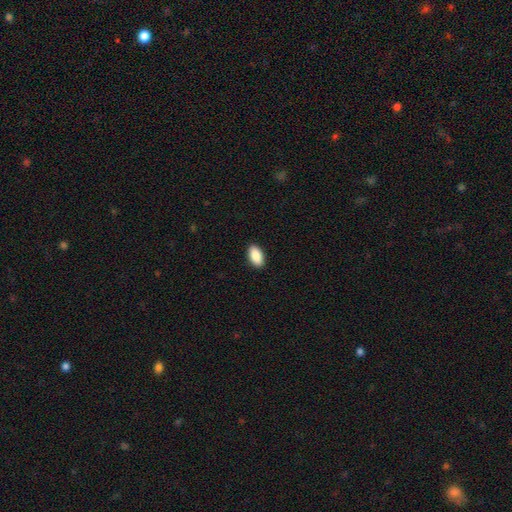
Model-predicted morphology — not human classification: A smooth galaxy with no disk features (89%) that is in between round and cigar-shaped (94%). Merging: none (91%).